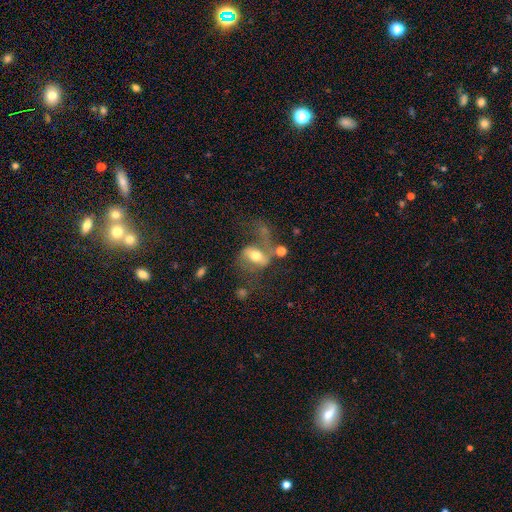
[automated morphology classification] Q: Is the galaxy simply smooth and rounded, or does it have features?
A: featured or disk — 62%.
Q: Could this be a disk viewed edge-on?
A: no — 94%.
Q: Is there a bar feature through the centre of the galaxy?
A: weak — 38%.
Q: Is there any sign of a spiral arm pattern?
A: yes — 77%.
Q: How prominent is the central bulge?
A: moderate — 67%.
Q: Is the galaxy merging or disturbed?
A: major disturbance — 39%.